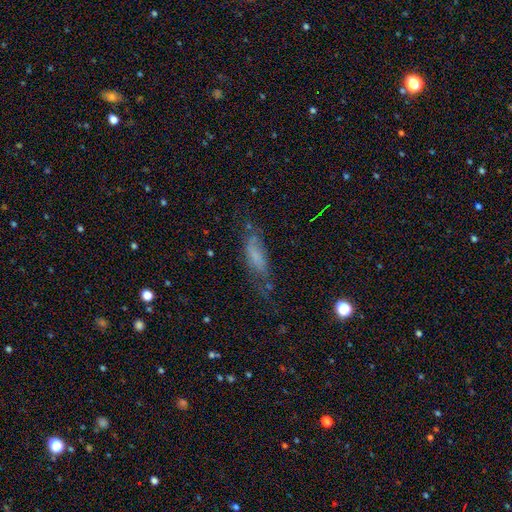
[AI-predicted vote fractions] Overall: smooth (53%; featured or disk 34%). How rounded: in between (50%; cigar-shaped 47%). Merging: none (43%; minor disturbance 28%).